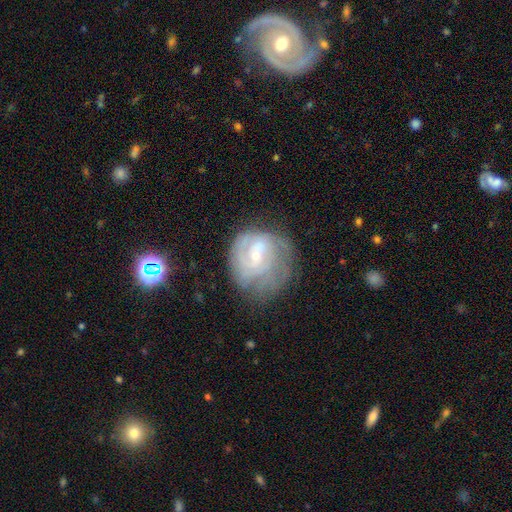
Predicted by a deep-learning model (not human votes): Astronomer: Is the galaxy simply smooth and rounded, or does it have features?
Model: featured or disk — 75%.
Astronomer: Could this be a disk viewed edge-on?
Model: no — 98%.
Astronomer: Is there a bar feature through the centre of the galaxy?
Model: no — 52% (runner-up: weak, 40%).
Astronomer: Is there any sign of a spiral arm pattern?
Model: yes — 87%.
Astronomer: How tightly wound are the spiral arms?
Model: tight — 58%.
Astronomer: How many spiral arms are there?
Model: can't tell — 44% (runner-up: 2, 24%).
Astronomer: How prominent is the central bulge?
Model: small — 72%.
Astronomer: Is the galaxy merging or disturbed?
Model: none — 48% (runner-up: minor disturbance, 27%).